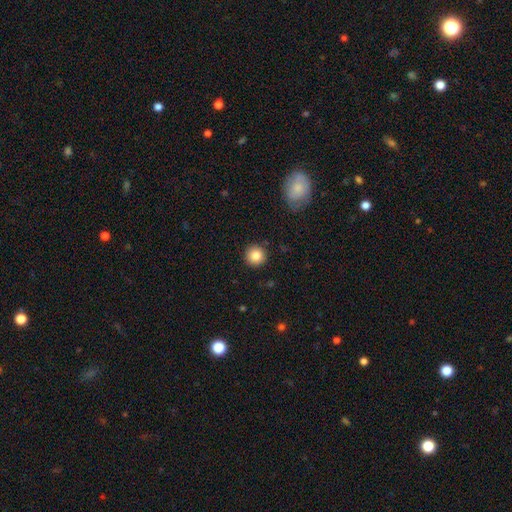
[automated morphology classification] Smooth or featured: smooth — 84% (star or artifact — 9%)
How rounded: round — 95% (in between — 4%)
Merging: none — 92% (minor disturbance — 5%)